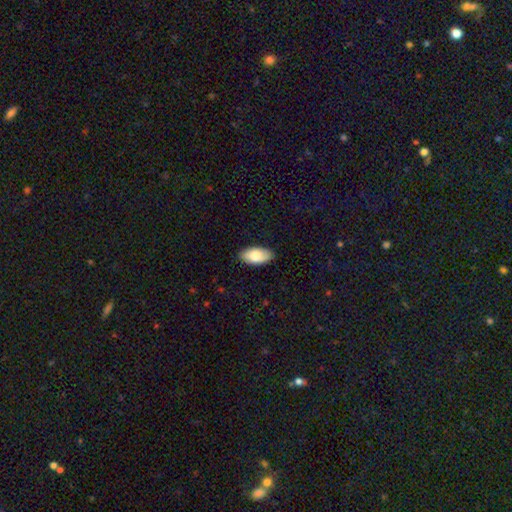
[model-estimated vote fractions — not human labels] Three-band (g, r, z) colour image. It shows a smooth galaxy with no disk features (81%) that is in between round and cigar-shaped (94%). Merging: none (86%).